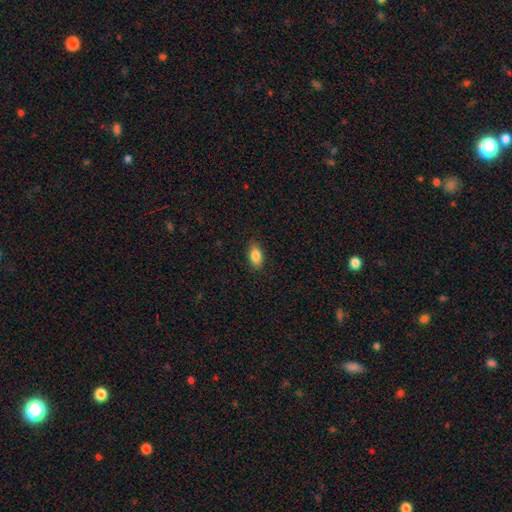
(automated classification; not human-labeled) Q: Smooth or featured?
A: smooth (86%); runner-up: star or artifact (8%)
Q: How rounded?
A: in between (90%); runner-up: round (6%)
Q: Merging?
A: none (88%); runner-up: minor disturbance (9%)